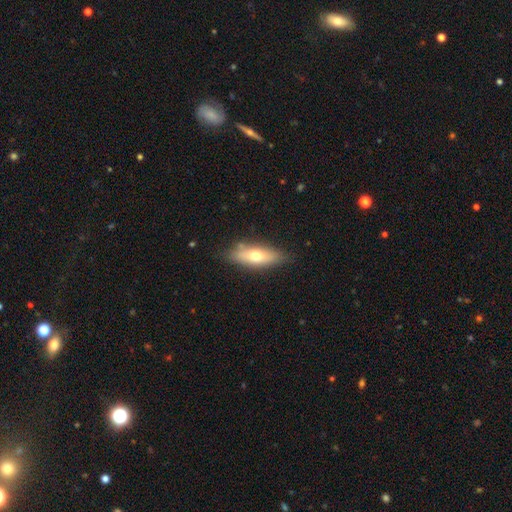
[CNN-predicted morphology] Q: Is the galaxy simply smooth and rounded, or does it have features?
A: smooth — 61%.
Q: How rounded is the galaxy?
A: in between — 60%.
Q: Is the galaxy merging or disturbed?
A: none — 79%.